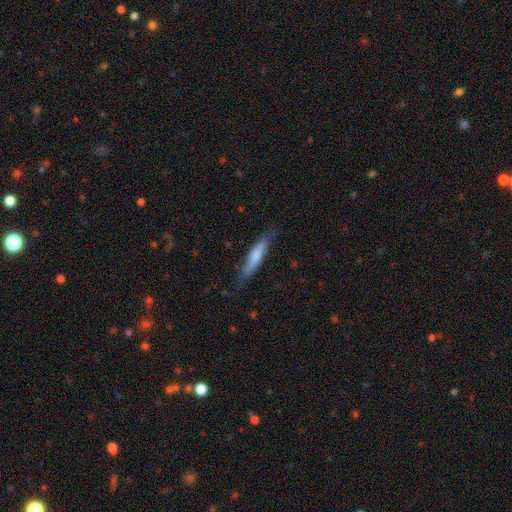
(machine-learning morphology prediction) This appears to be a smooth galaxy with no disk features (66%) that is cigar-shaped (88%). Merging: none (75%).